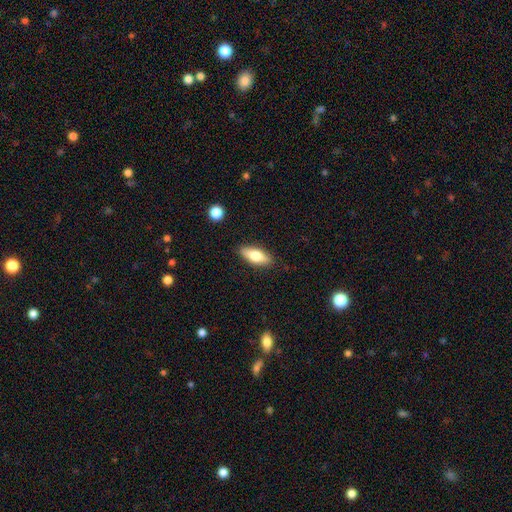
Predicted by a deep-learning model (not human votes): smooth_or_featured: smooth (p=0.72) [alt: featured or disk p=0.21]
how_rounded: in between (p=0.74) [alt: cigar-shaped p=0.23]
merging: none (p=0.86) [alt: minor disturbance p=0.10]